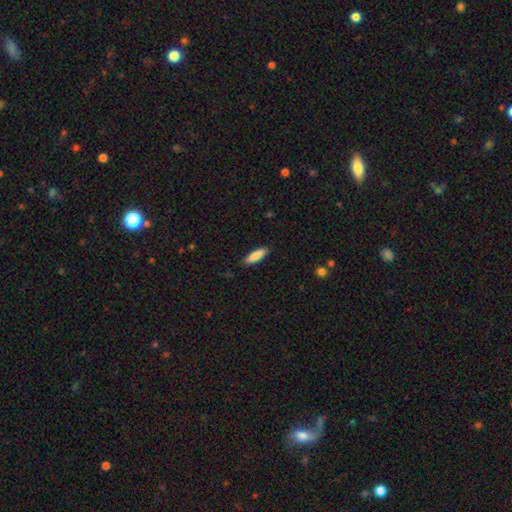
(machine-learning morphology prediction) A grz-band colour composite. It shows a smooth galaxy with no disk features (87%) that is cigar-shaped (55%). Merging: none (89%).